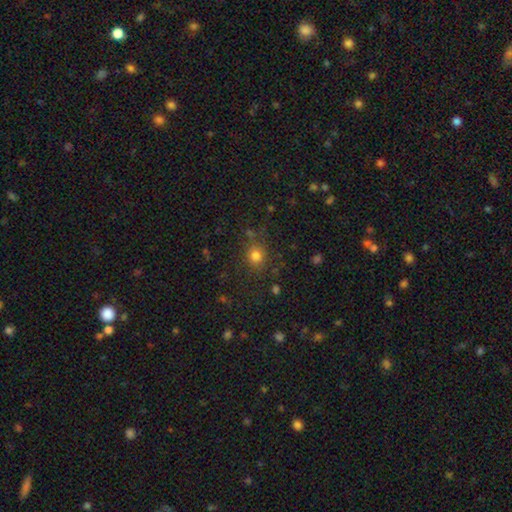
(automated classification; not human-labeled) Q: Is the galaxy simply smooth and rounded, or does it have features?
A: smooth — 77%.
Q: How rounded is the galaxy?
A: round — 78%.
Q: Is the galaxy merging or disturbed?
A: none — 79%.